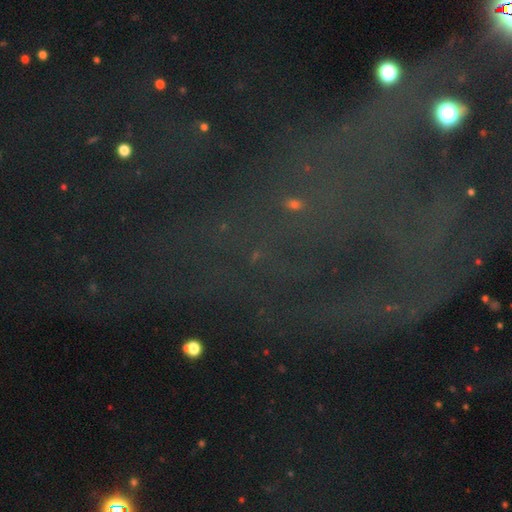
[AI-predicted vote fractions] Overall: star or artifact (68%).